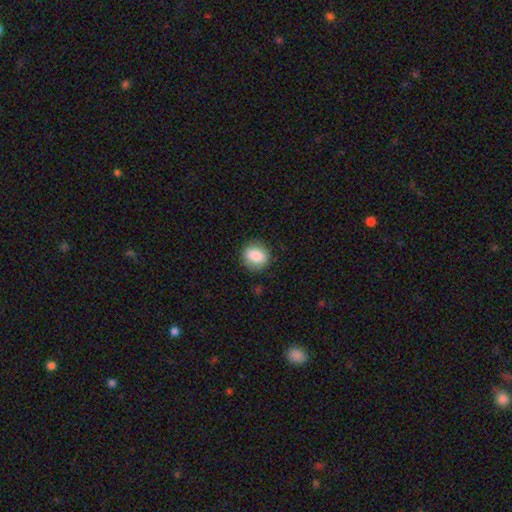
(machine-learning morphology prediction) This is clearly a smooth galaxy (84%). How rounded: likely round (72%). Merging: clearly none (86%).